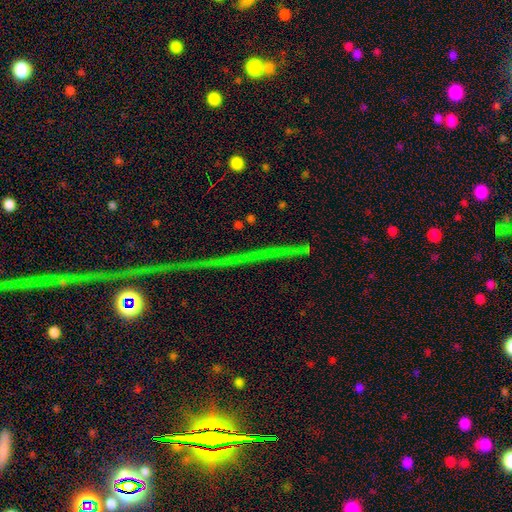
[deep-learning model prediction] This is clearly a star or artifact rather than a galaxy (80%).